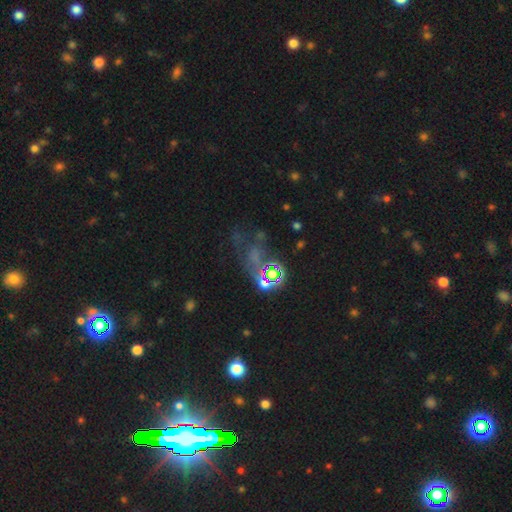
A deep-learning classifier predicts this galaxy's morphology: Smooth or featured?
  - star or artifact: 55% *
  - smooth: 23%
  - featured or disk: 22%